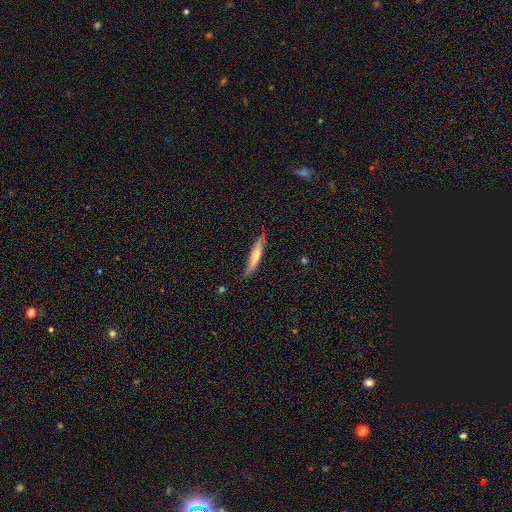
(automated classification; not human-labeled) Overall: smooth (65%; featured or disk 29%). How rounded: cigar-shaped (86%). Merging: none (69%).